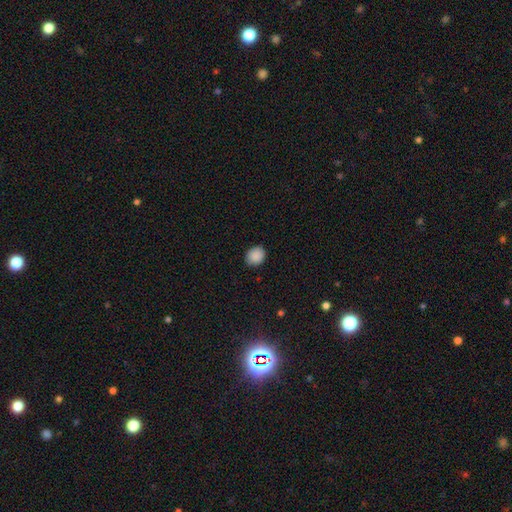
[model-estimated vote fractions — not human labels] The model was most divided on "how rounded": round: 56%, in between: 43%, cigar-shaped: 1%. More confident: smooth or featured — smooth (89%); merging — none (88%).